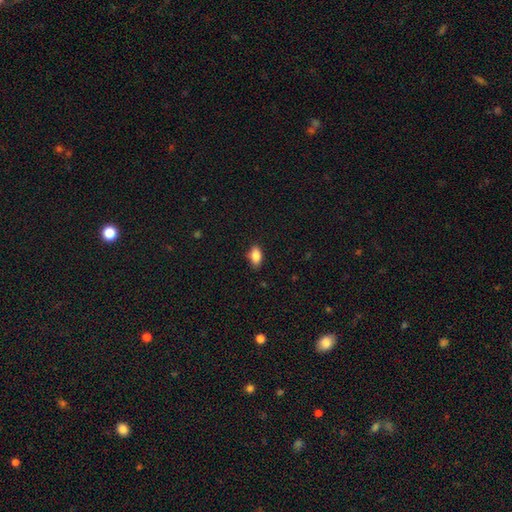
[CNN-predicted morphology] smooth-or-featured: smooth: 85% | star or artifact: 8% | featured or disk: 6%
  how-rounded: in between: 88% | round: 7% | cigar-shaped: 5%
  merging: none: 80% | minor disturbance: 16% | major disturbance: 3% | merger: 1%